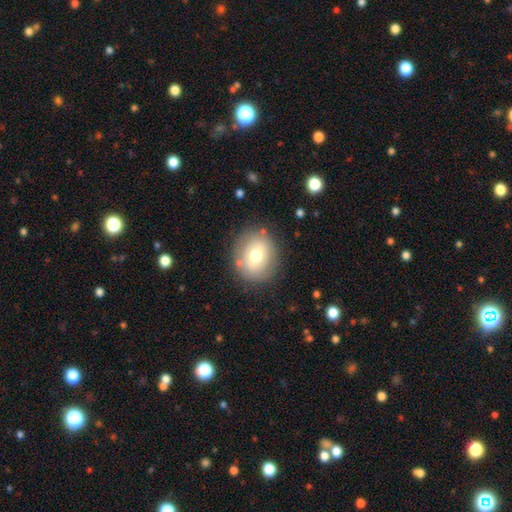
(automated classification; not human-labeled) A smooth galaxy with no disk features (59%) that is round (64%). Merging: none (78%).